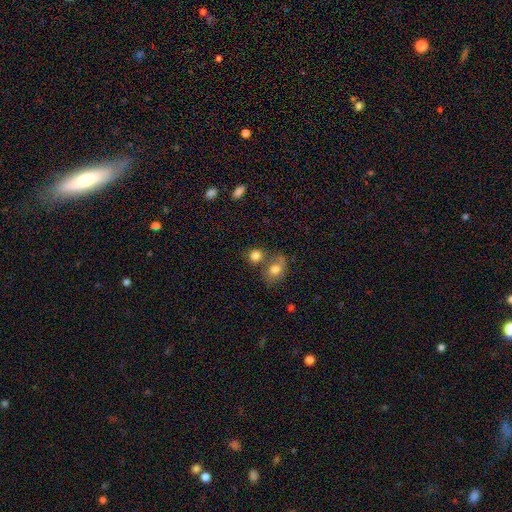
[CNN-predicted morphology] A smooth galaxy with no disk features (81%) that is round (77%).

Vote fractions:
- Smooth or featured? smooth: 81% / star or artifact: 10% / featured or disk: 9%
- How rounded? round: 77% / in between: 22% / cigar-shaped: 1%
- Merging? none: 55% / merger: 30% / minor disturbance: 11% / major disturbance: 5%